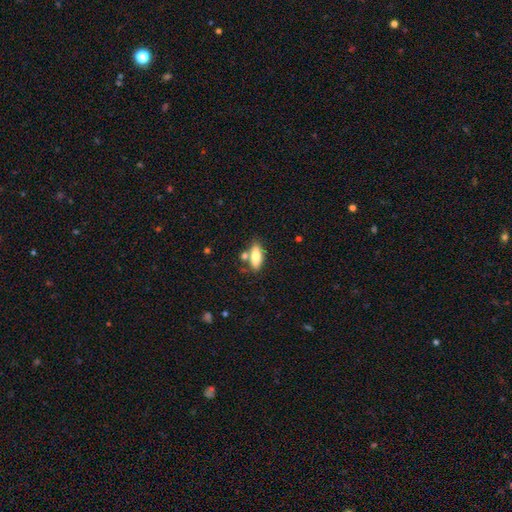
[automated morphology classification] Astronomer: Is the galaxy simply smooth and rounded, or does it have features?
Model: smooth — 76%.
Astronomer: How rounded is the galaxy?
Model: in between — 82%.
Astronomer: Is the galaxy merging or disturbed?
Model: none — 66%.